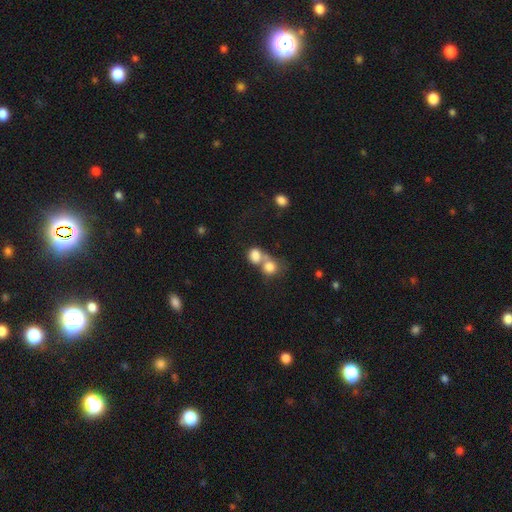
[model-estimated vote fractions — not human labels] Smooth or featured? smooth (78%)
How rounded? round (62%)
Merging? merger (64%)